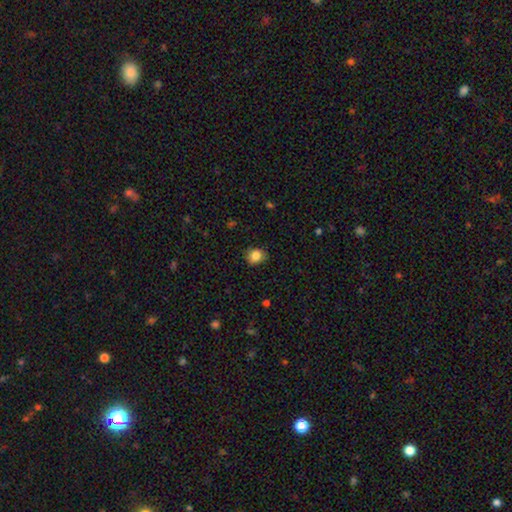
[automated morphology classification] type=smooth (84%); roundness=round (70%); merging=none (82%).